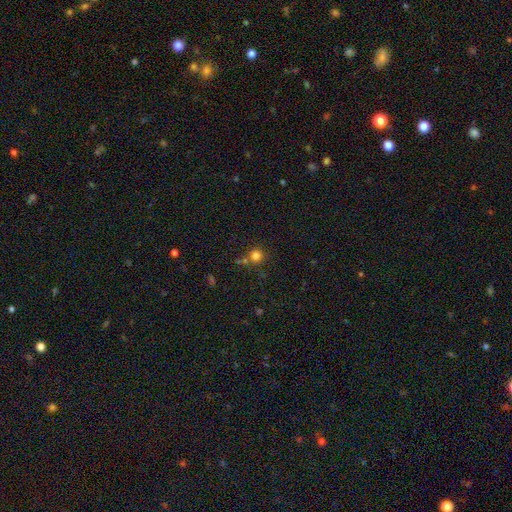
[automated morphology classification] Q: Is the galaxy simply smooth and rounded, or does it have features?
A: smooth — 78%.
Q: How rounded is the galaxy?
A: round — 93%.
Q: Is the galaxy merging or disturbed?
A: none — 72%.